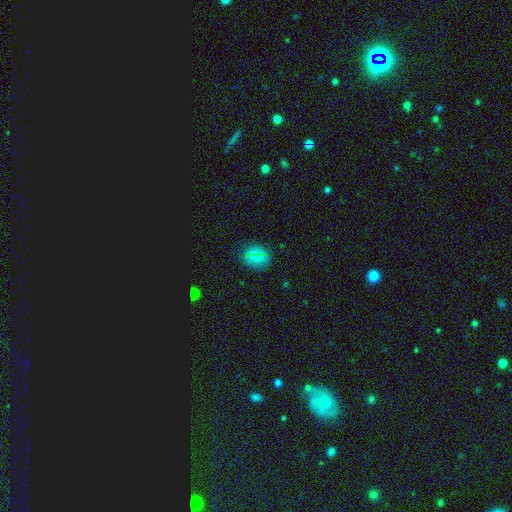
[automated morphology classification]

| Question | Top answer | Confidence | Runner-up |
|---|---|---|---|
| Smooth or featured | smooth | 73% | star or artifact (20%) |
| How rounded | round | 67% | in between (31%) |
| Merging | none | 86% | minor disturbance (10%) |